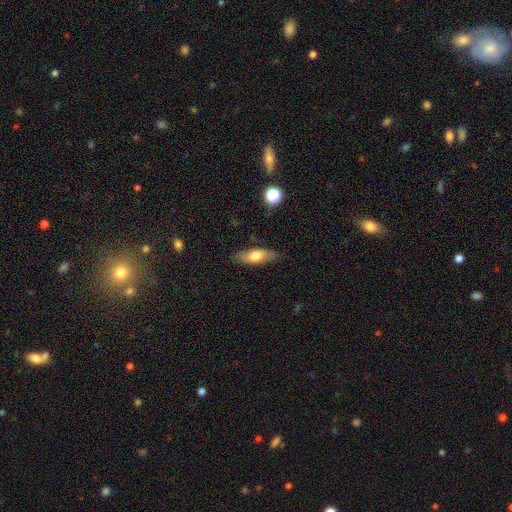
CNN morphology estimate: Overall: smooth (67%; featured or disk 27%). How rounded: in between (62%; cigar-shaped 34%). Merging: none (83%).